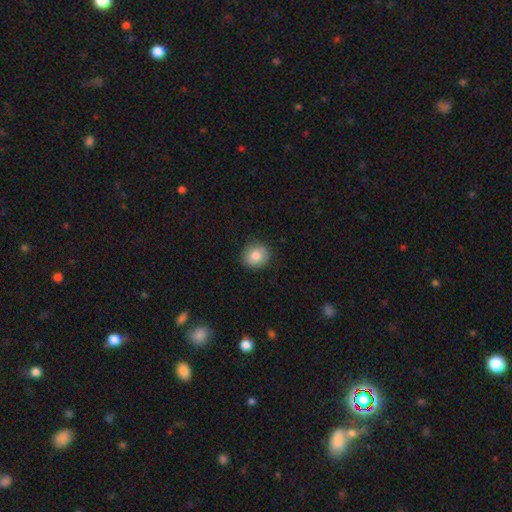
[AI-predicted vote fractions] This is clearly a smooth galaxy (82%). How rounded: clearly round (85%). Merging: clearly none (87%).